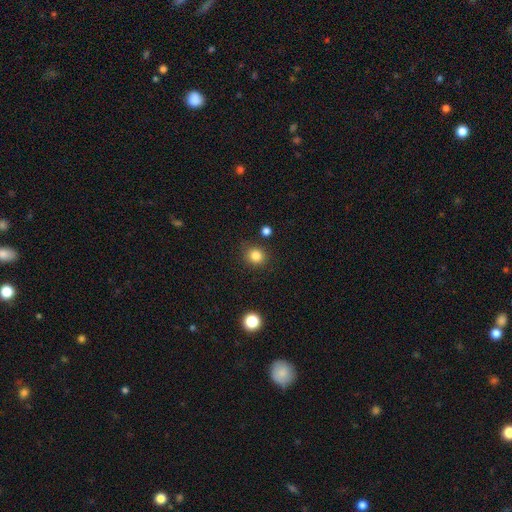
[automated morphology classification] Smooth or featured? Predicted: smooth (p=0.84). How rounded? Predicted: round (p=0.85). Merging? Predicted: none (p=0.86).